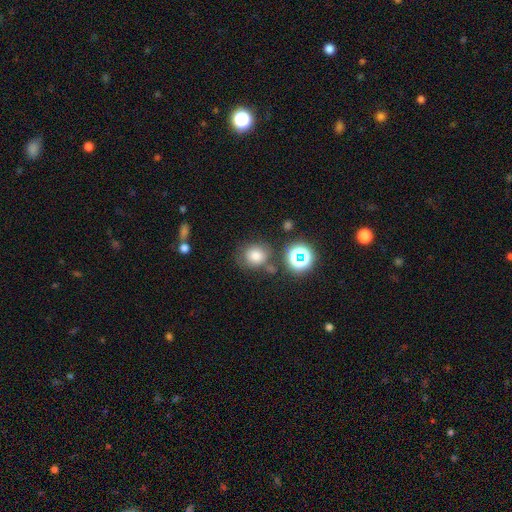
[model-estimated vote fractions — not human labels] Smooth or featured? Predicted: smooth (p=0.76). How rounded? Predicted: round (p=0.79). Merging? Predicted: none (p=0.69).